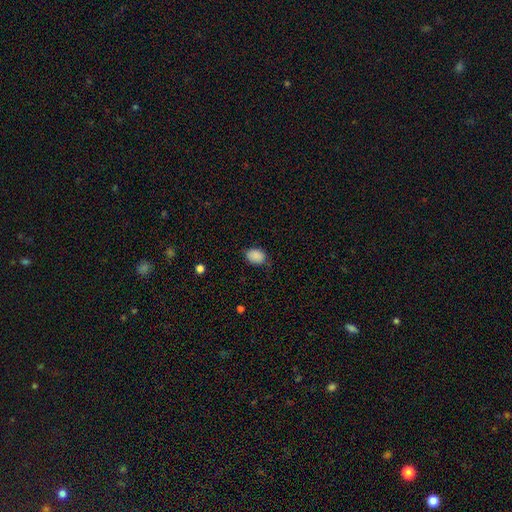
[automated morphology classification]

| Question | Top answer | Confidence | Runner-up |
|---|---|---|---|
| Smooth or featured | smooth | 88% | star or artifact (8%) |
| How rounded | in between | 73% | round (26%) |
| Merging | none | 73% | minor disturbance (22%) |